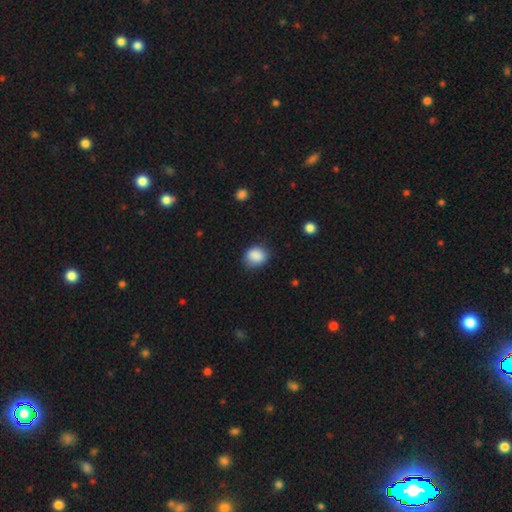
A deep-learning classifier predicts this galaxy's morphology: type=smooth (87%); roundness=round (61%); merging=none (77%).